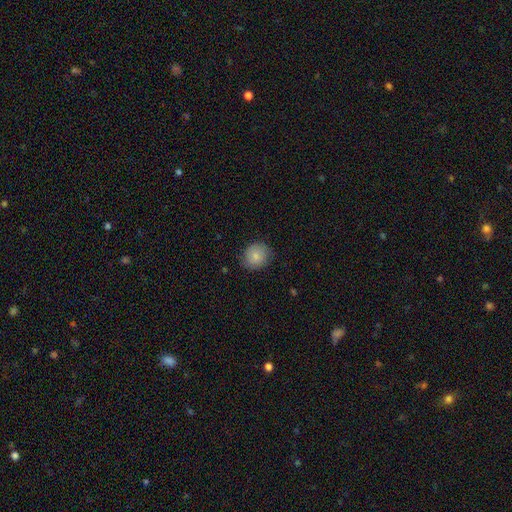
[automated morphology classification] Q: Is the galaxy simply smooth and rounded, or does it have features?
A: smooth — 84%.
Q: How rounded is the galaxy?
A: round — 79%.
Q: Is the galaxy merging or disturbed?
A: none — 81%.